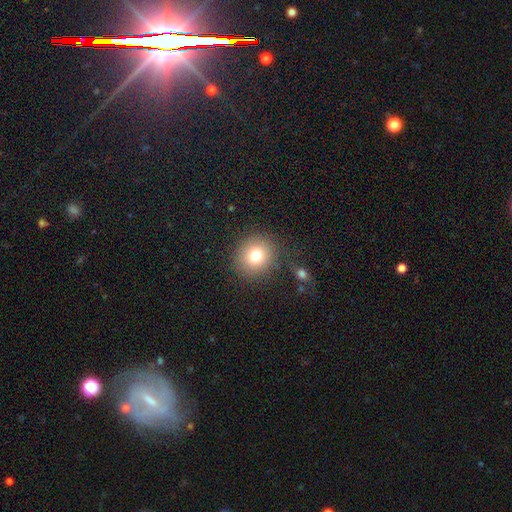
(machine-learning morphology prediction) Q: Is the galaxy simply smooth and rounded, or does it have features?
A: smooth — 77%.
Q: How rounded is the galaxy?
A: round — 89%.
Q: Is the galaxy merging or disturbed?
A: none — 85%.